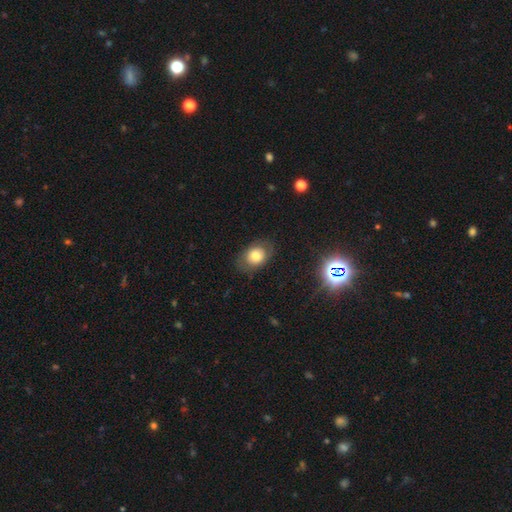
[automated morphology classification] type=smooth (70%); roundness=in between (65%); merging=none (78%).